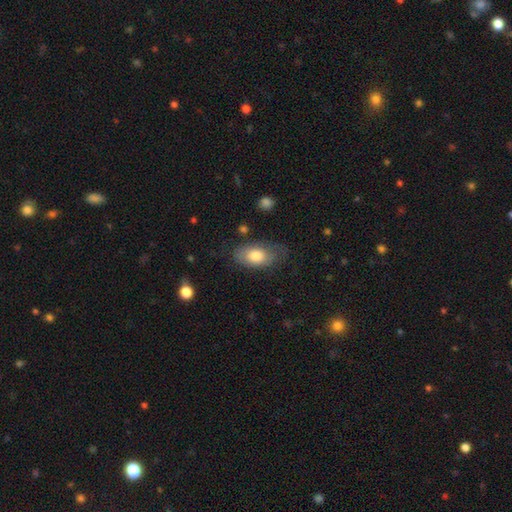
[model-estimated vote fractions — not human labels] smooth 71%, featured or disk 22%, star or artifact 6%. Down the decision tree: how rounded — in between (92%); merging — none (60%).